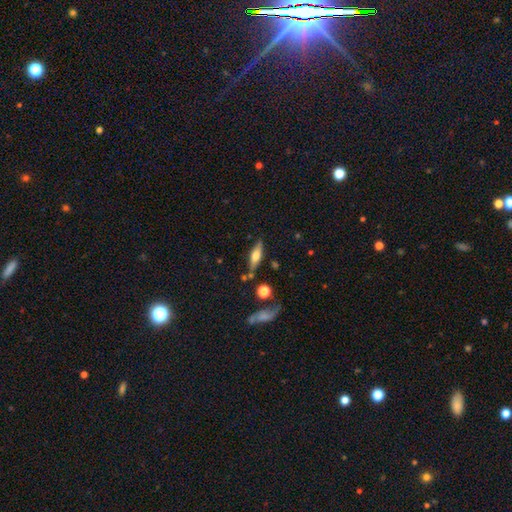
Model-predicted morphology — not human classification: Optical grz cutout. It shows a featured or disk galaxy (48%). Merging: none (74%).